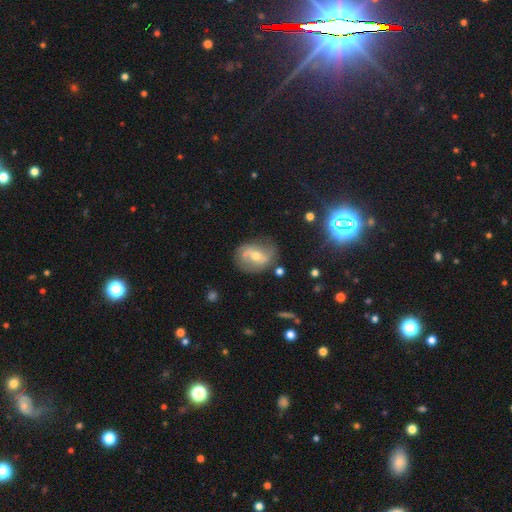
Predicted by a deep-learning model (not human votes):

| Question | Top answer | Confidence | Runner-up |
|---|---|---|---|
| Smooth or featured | featured or disk | 66% | smooth (26%) |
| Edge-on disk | no | 95% | yes (5%) |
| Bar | weak | 41% | no (38%) |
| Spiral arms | yes | 77% | no (23%) |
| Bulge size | moderate | 61% | small (35%) |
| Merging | none | 64% | minor disturbance (22%) |